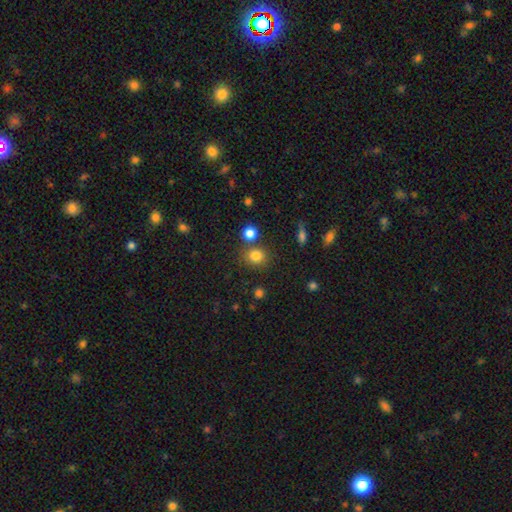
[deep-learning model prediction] Smooth or featured? Predicted: smooth (p=0.81). How rounded? Predicted: round (p=0.79). Merging? Predicted: none (p=0.75).